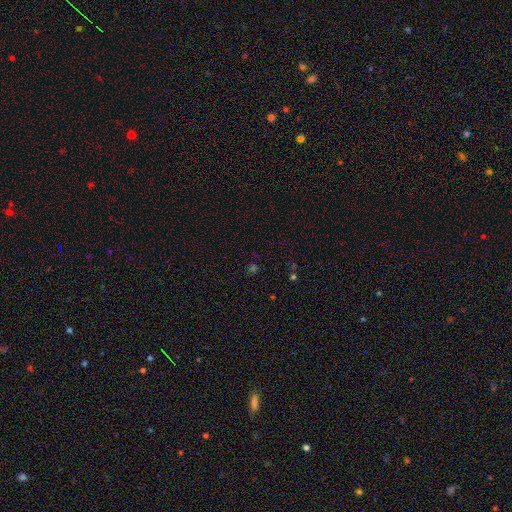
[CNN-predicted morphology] star or artifact 53%, smooth 39%, featured or disk 8%.